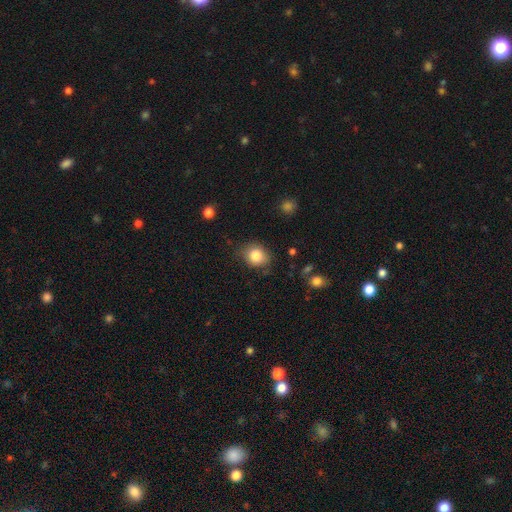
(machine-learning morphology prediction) smooth 82%, star or artifact 10%, featured or disk 8%. Down the decision tree: how rounded — round (64%); merging — none (78%).